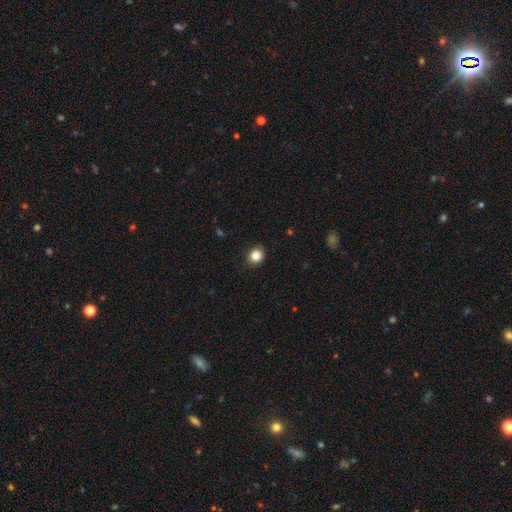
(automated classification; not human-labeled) Smooth or featured?
  - smooth: 84% *
  - star or artifact: 10%
  - featured or disk: 5%
How rounded?
  - round: 73% *
  - in between: 27%
  - cigar-shaped: 1%
Merging?
  - none: 90% *
  - minor disturbance: 8%
  - major disturbance: 2%
  - merger: 1%